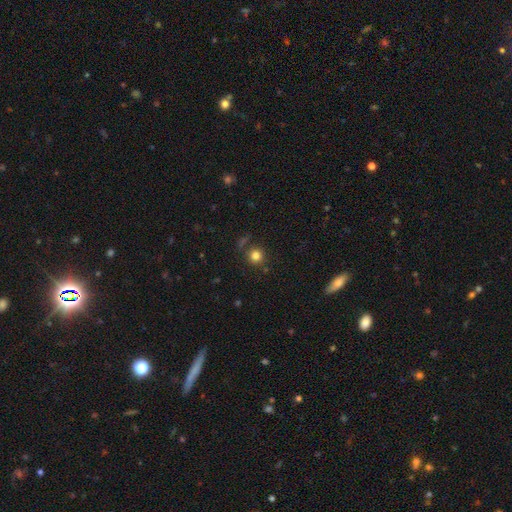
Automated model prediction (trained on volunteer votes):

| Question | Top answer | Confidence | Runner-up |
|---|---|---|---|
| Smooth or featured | smooth | 80% | star or artifact (14%) |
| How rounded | round | 93% | in between (6%) |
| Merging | none | 82% | minor disturbance (9%) |